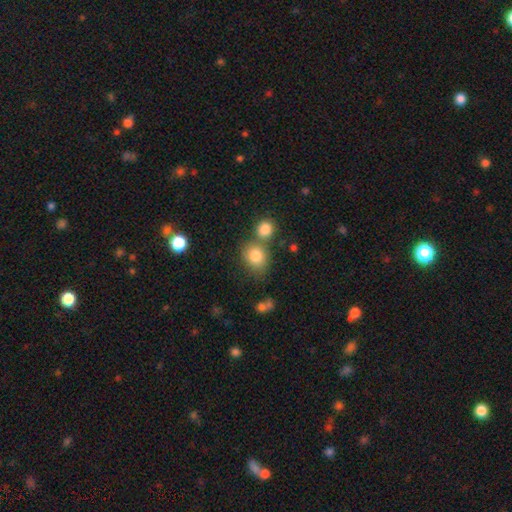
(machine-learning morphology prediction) Smooth or featured? Predicted: smooth (p=0.81). How rounded? Predicted: round (p=0.65). Merging? Predicted: none (p=0.55).